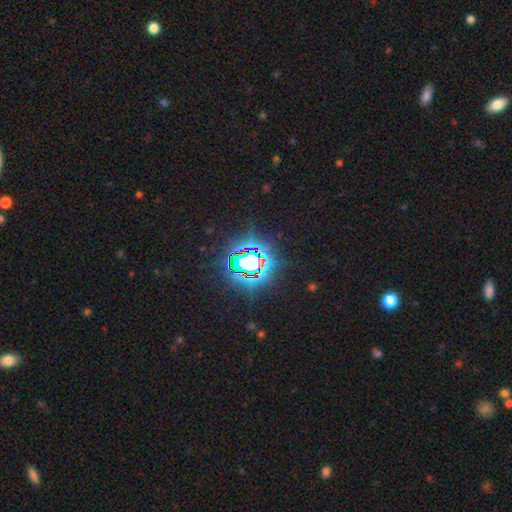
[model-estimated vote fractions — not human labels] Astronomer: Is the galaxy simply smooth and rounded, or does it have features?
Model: star or artifact — 81%.